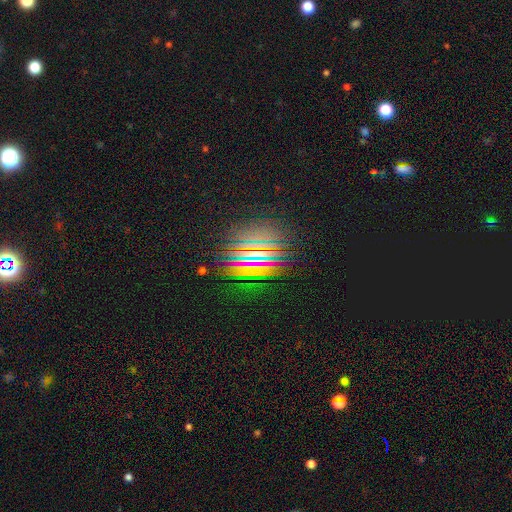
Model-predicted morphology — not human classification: A star or artifact, not a galaxy (65%).